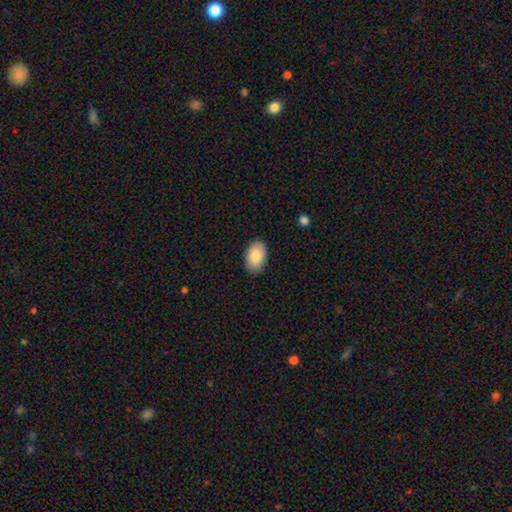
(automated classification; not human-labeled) smooth 86%, featured or disk 7%, star or artifact 6%. Down the decision tree: how rounded — in between (91%); merging — none (87%).